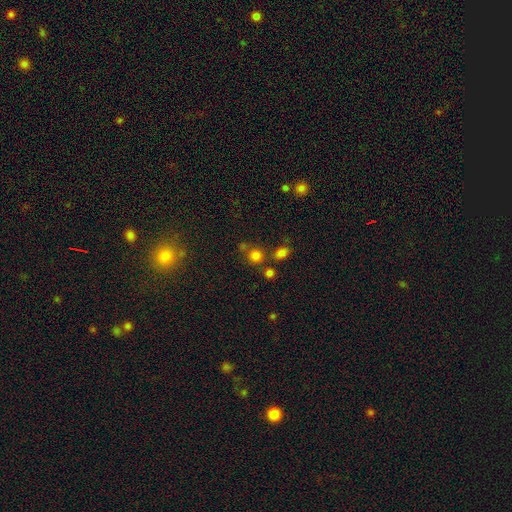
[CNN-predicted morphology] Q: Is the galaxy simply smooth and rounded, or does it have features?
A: smooth — 75%.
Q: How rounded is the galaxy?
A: round — 86%.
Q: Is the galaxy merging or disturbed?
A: none — 65%.